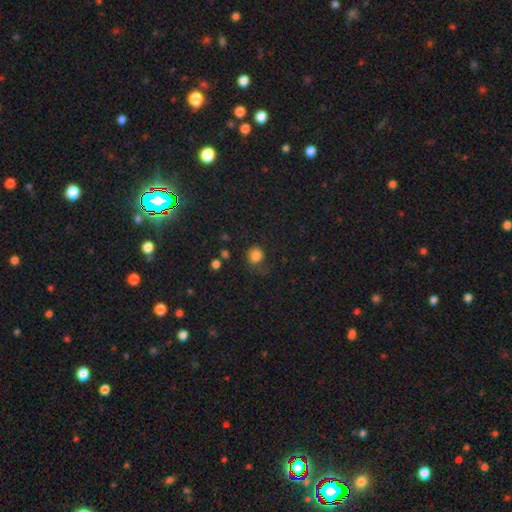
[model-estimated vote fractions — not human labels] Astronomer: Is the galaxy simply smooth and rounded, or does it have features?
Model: smooth — 82%.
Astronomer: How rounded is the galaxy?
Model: round — 77%.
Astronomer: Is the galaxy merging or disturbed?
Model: none — 62%.